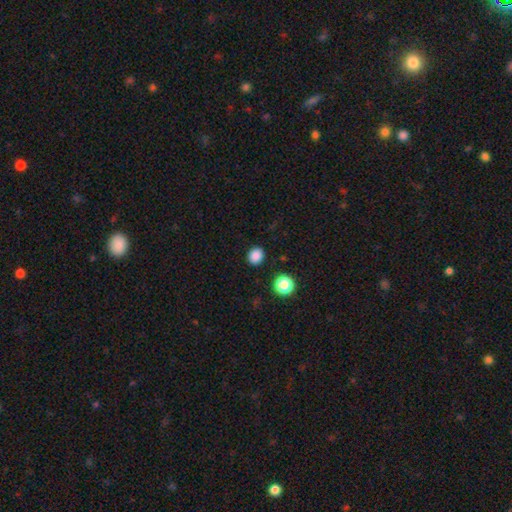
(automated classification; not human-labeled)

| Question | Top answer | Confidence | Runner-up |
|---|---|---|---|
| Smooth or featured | smooth | 85% | star or artifact (12%) |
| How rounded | round | 70% | in between (30%) |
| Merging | none | 89% | minor disturbance (7%) |